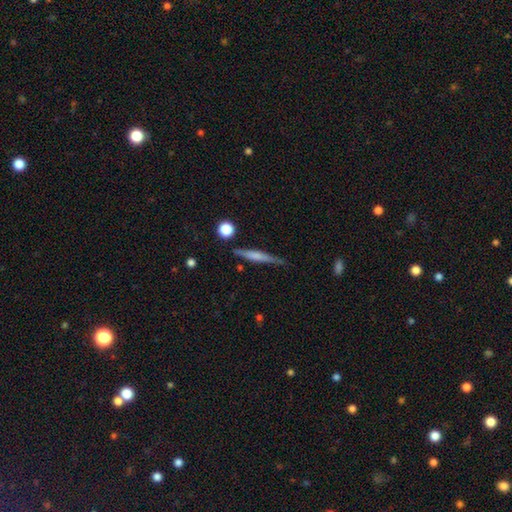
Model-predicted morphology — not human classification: This appears to be a featured or disk galaxy (48%). Merging: none (79%).